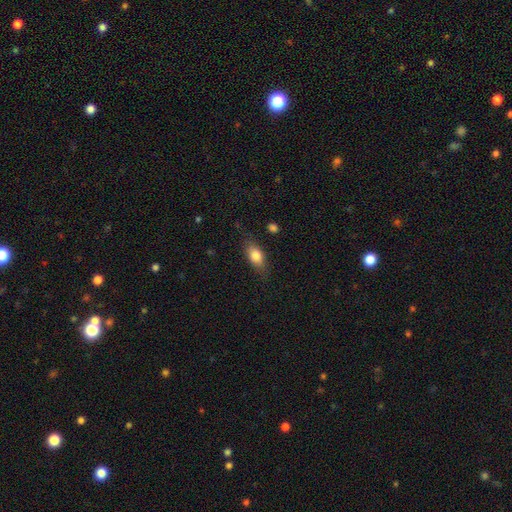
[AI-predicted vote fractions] smooth-or-featured: smooth: 78% | featured or disk: 15% | star or artifact: 8%
  how-rounded: in between: 81% | cigar-shaped: 11% | round: 8%
  merging: none: 76% | minor disturbance: 18% | major disturbance: 5% | merger: 2%